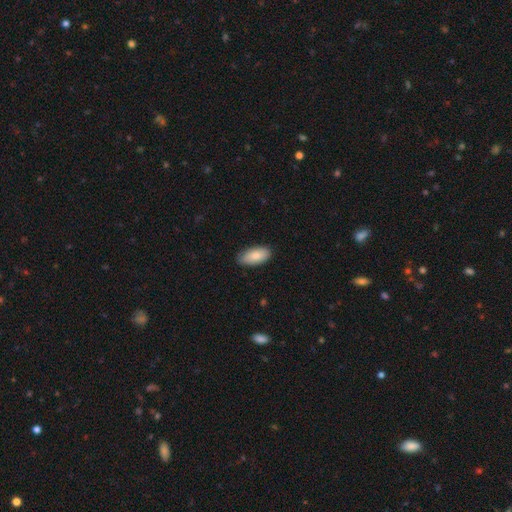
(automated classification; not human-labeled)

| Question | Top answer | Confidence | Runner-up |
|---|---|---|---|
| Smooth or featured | smooth | 83% | featured or disk (11%) |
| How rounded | in between | 91% | cigar-shaped (6%) |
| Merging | none | 81% | minor disturbance (16%) |